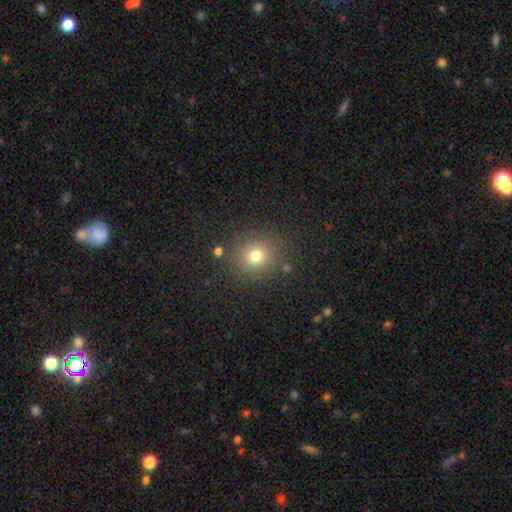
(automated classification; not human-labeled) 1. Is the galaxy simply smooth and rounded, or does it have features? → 74% smooth, 17% star or artifact, 9% featured or disk.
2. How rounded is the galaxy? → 87% round, 12% in between, 1% cigar-shaped.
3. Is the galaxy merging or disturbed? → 85% none, 8% minor disturbance, 3% major disturbance, 3% merger.